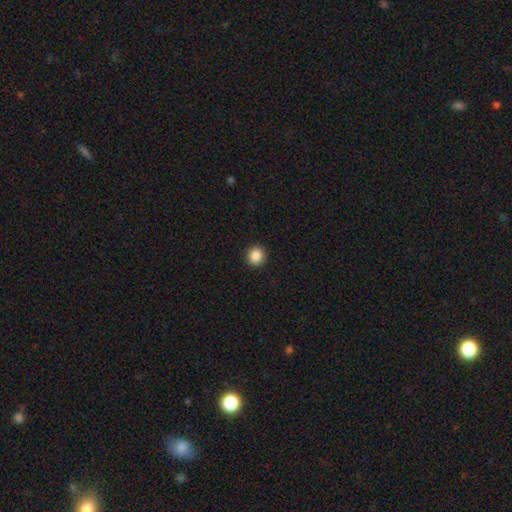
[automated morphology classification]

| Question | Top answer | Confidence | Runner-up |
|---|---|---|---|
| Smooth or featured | smooth | 88% | star or artifact (9%) |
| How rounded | round | 88% | in between (11%) |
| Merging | none | 92% | minor disturbance (5%) |